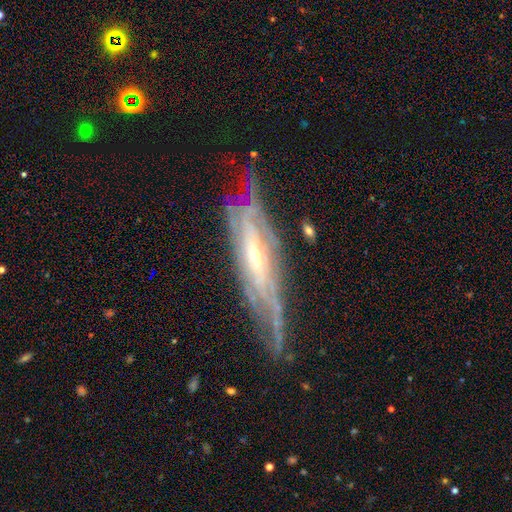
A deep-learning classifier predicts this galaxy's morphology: A featured or disk galaxy (84%). Merging: none (68%).